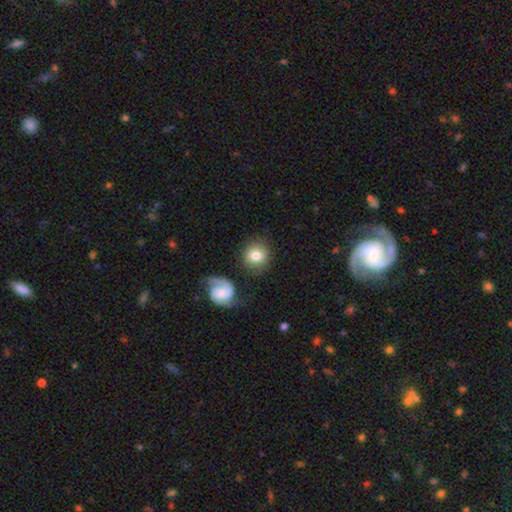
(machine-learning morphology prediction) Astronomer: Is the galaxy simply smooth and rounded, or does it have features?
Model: smooth — 74%.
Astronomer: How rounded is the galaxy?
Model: round — 88%.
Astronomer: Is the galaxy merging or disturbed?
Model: none — 79%.